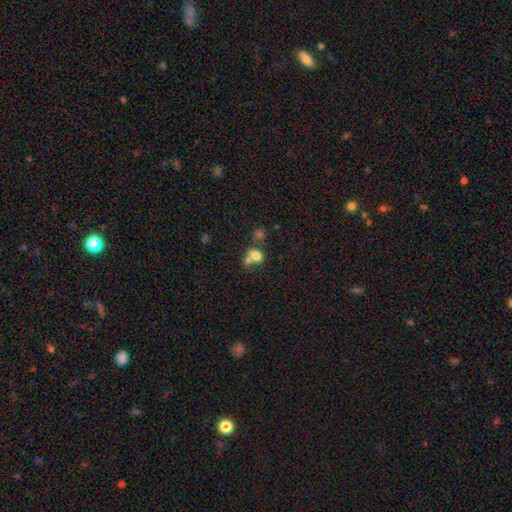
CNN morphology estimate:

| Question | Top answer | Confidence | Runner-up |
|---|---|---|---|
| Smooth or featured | smooth | 76% | star or artifact (12%) |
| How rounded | in between | 55% | round (44%) |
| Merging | merger | 49% | none (35%) |